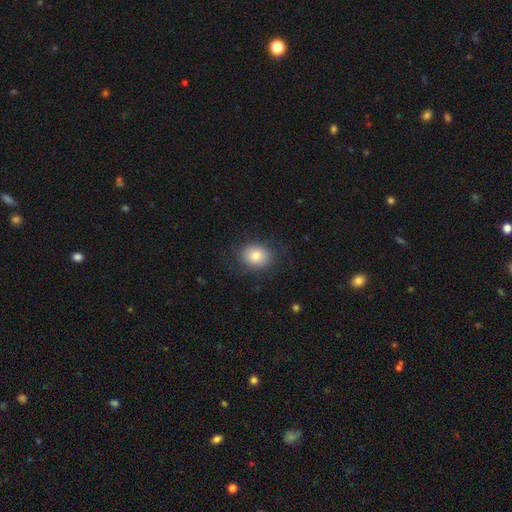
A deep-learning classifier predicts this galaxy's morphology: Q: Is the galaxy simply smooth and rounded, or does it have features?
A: smooth — 79%.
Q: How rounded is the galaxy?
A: round — 54%.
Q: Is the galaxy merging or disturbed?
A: none — 83%.